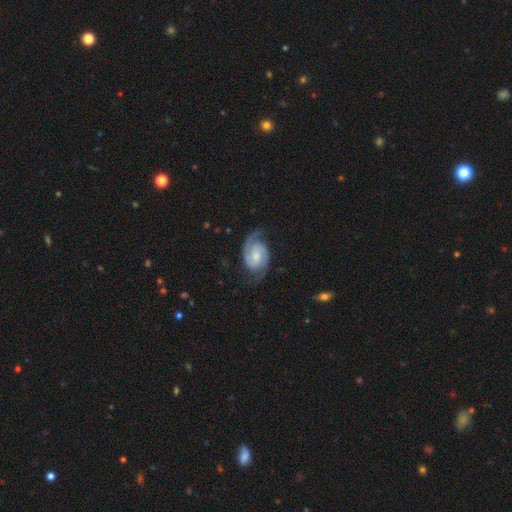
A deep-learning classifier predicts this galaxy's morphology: Overall: featured or disk (87%). Edge-on disk: no (98%). Bar: no (56%; weak 37%). Spiral arms: yes (98%). Spiral arm count: 2 (92%). Spiral winding: medium (50%; tight 33%). Bulge size: moderate (42%; small 37%). Merging: none (74%).